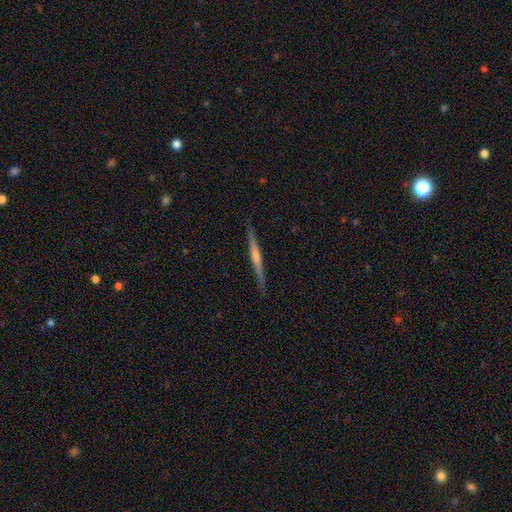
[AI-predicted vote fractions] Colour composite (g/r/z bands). It shows a featured or disk galaxy (76%) viewed edge-on (98%) with a rounded central bulge (63%). Merging: none (90%).